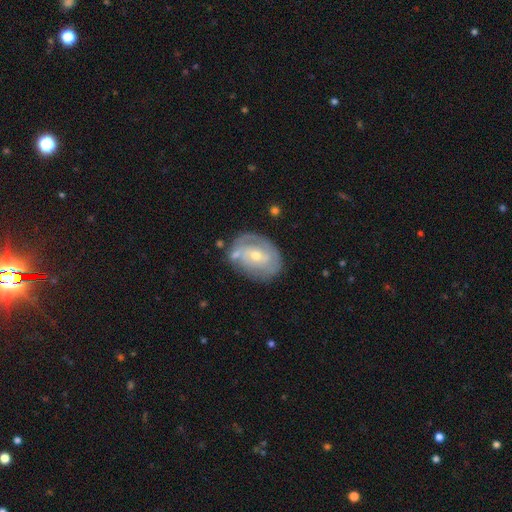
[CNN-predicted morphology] Smooth or featured? featured or disk (73%)
Edge-on disk? no (96%)
Bar? no (66%)
Spiral arms? yes (77%)
Spiral winding? tight (62%)
Spiral arm count? can't tell (39%)
Bulge size? small (52%)
Merging? none (64%)